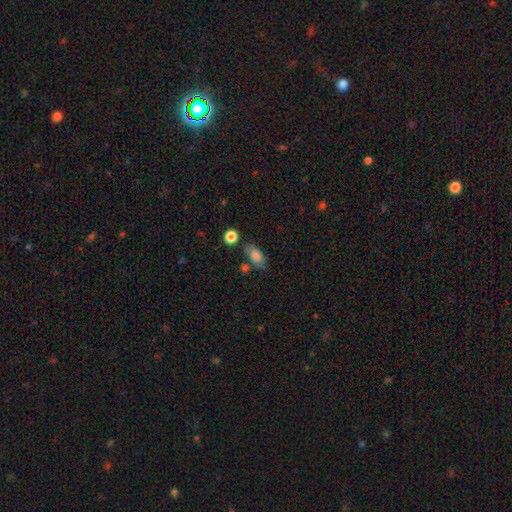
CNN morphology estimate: A smooth galaxy with no disk features (81%) that is in between round and cigar-shaped (88%). Merging: none (71%).